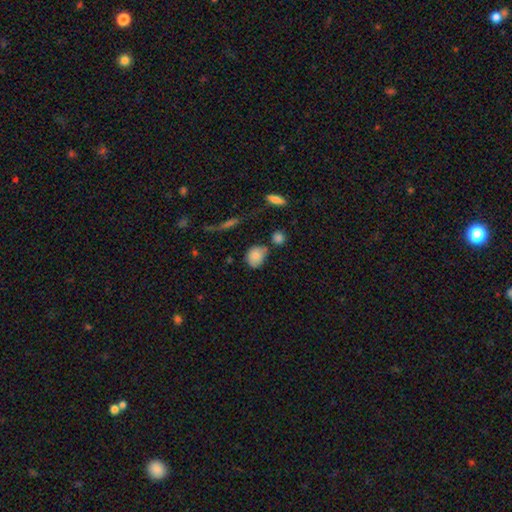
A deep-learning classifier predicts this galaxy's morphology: Overall: smooth (83%). How rounded: round (52%; in between 46%). Merging: none (57%; minor disturbance 24%).